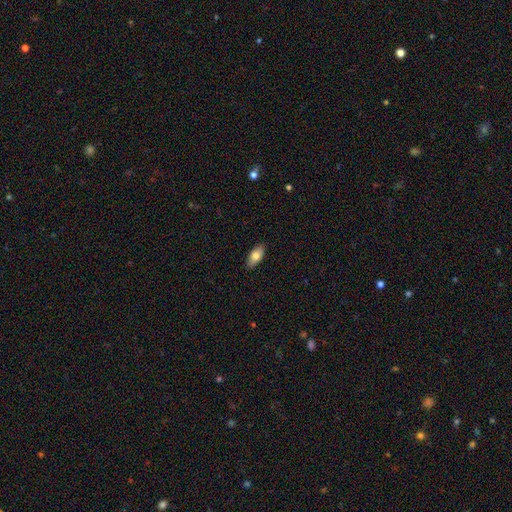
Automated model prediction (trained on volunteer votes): The model was most divided on "smooth or featured": smooth: 79%, featured or disk: 14%, star or artifact: 6%. More confident: how rounded — in between (89%); merging — none (88%).